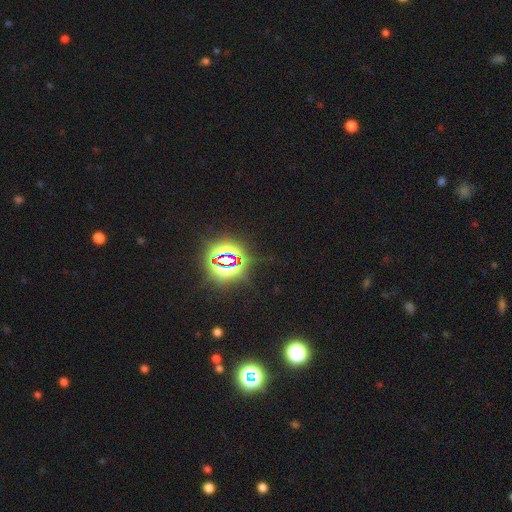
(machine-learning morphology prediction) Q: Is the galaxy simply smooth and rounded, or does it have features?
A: star or artifact — 83%.